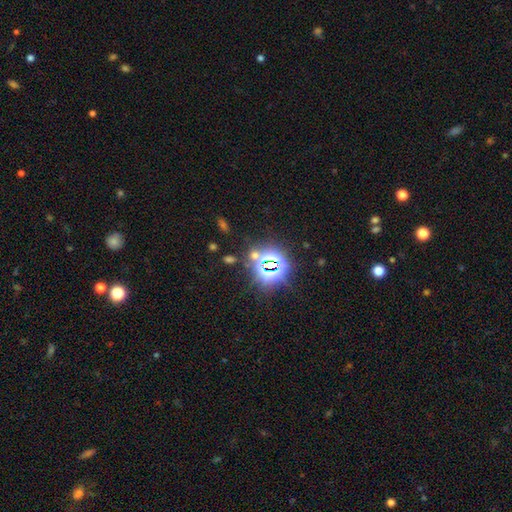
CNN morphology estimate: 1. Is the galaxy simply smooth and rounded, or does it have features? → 64% star or artifact, 27% smooth, 8% featured or disk.